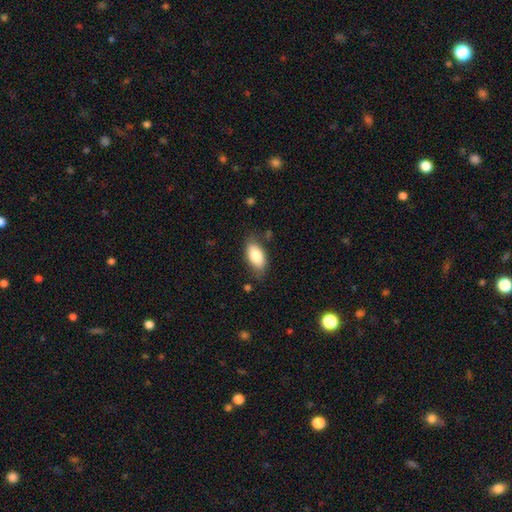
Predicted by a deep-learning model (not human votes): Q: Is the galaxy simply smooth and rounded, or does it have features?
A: smooth — 80%.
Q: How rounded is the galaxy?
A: in between — 91%.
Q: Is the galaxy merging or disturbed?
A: none — 75%.